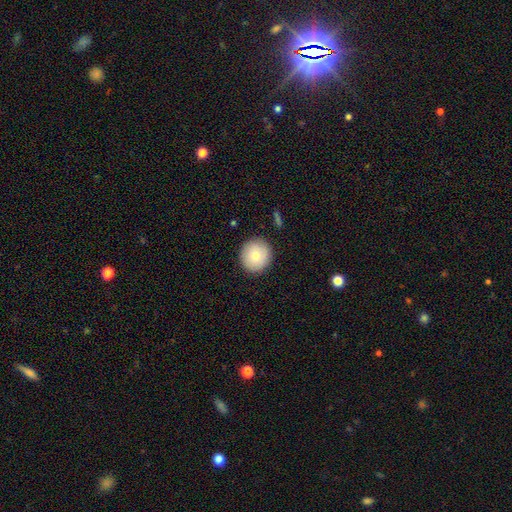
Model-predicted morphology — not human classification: A smooth galaxy with no disk features (77%) that is round (91%).

Vote fractions:
- Smooth or featured? smooth: 77% / featured or disk: 15% / star or artifact: 8%
- How rounded? round: 91% / in between: 8% / cigar-shaped: 1%
- Merging? none: 89% / minor disturbance: 7% / major disturbance: 2% / merger: 1%